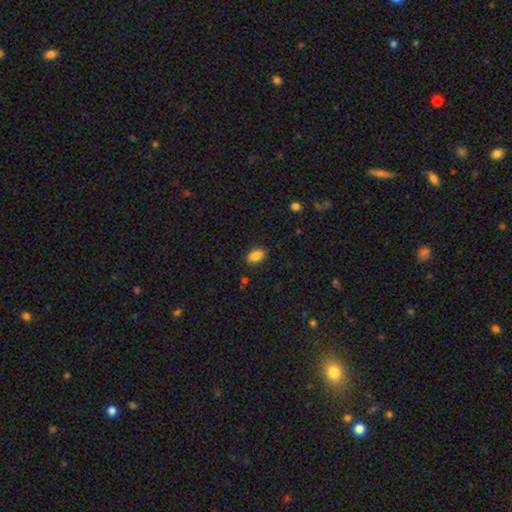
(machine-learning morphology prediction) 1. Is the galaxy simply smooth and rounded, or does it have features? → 88% smooth, 8% star or artifact, 4% featured or disk.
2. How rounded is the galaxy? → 88% in between, 11% round, 2% cigar-shaped.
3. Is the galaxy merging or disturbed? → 87% none, 10% minor disturbance, 2% major disturbance, 1% merger.